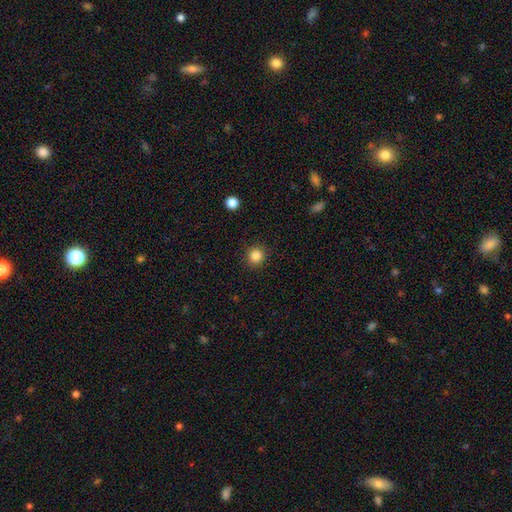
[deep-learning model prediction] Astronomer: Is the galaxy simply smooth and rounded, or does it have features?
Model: smooth — 85%.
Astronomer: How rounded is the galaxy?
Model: round — 93%.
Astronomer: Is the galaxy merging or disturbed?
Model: none — 91%.